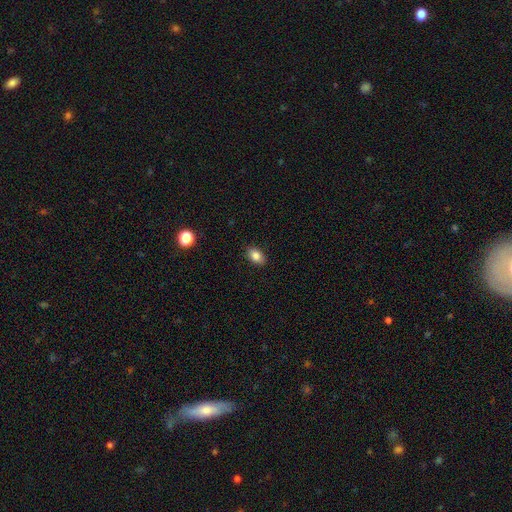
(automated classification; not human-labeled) A smooth galaxy with no disk features (84%) that is in between round and cigar-shaped (86%).

Vote fractions:
- Smooth or featured? smooth: 84% / star or artifact: 9% / featured or disk: 6%
- How rounded? in between: 86% / round: 13% / cigar-shaped: 1%
- Merging? none: 89% / minor disturbance: 8% / major disturbance: 2% / merger: 1%